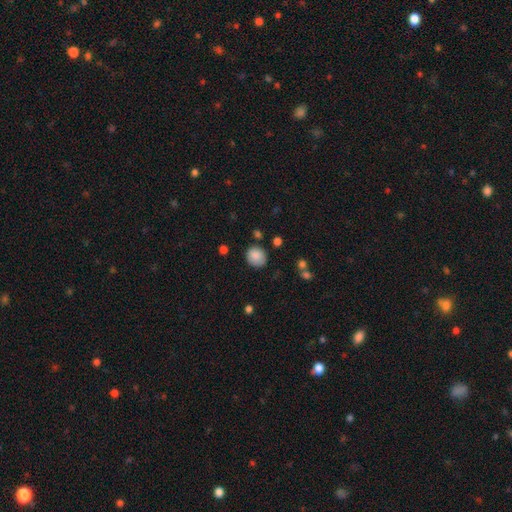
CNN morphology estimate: smooth_or_featured: smooth (p=0.87) [alt: star or artifact p=0.09]
how_rounded: round (p=0.83) [alt: in between p=0.16]
merging: none (p=0.79) [alt: minor disturbance p=0.14]